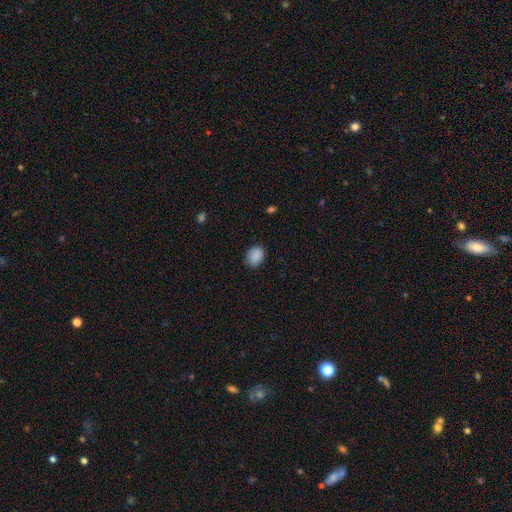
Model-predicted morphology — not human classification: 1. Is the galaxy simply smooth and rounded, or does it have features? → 88% smooth, 8% star or artifact, 4% featured or disk.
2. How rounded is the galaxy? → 51% in between, 48% round, 1% cigar-shaped.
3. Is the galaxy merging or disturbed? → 79% none, 17% minor disturbance, 3% major disturbance, 1% merger.